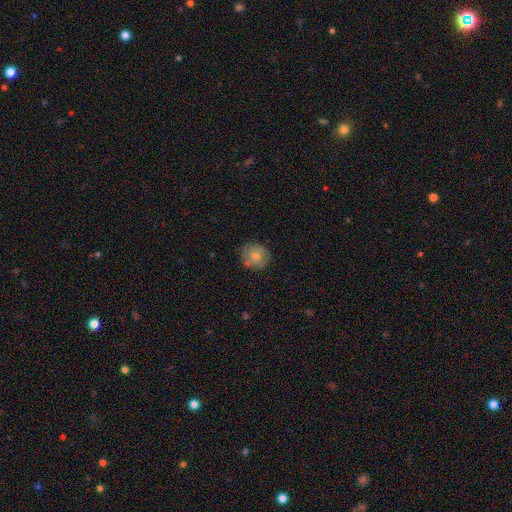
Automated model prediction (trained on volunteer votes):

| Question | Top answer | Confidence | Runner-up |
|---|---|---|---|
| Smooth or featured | smooth | 67% | featured or disk (22%) |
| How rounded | round | 90% | in between (9%) |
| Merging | none | 84% | minor disturbance (12%) |